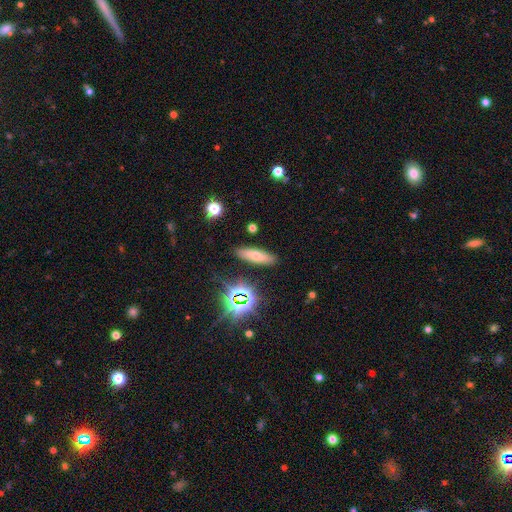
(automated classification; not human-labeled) The model was most divided on "how rounded": cigar-shaped: 55%, in between: 41%, round: 4%. More confident: merging — none (87%); smooth or featured — smooth (62%).